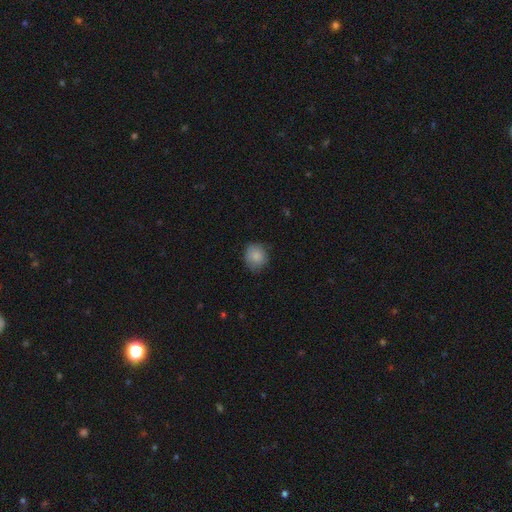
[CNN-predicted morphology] A smooth galaxy with no disk features (85%) that is round (79%). Merging: none (77%).